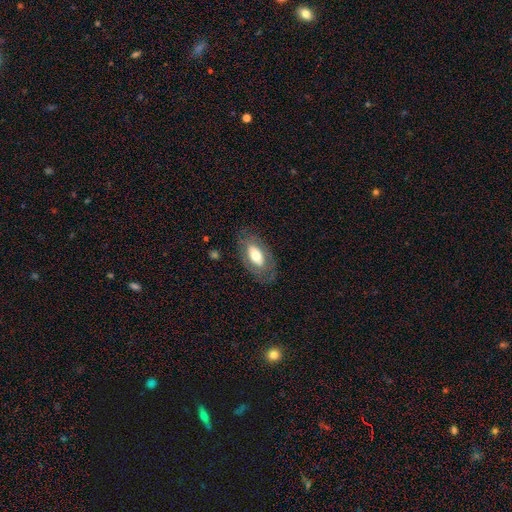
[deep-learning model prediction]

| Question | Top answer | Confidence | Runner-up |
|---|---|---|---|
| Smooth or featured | smooth | 57% | featured or disk (37%) |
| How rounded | in between | 92% | round (5%) |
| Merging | none | 78% | minor disturbance (14%) |